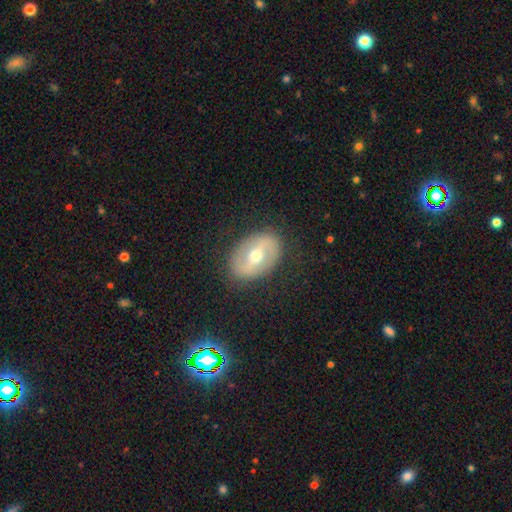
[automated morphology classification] Overall: featured or disk (66%; smooth 26%). Edge-on disk: no (93%). Bar: strong (44%; weak 36%). Spiral arms: yes (53%; no 47%). Bulge size: moderate (61%; small 35%). Merging: none (86%).